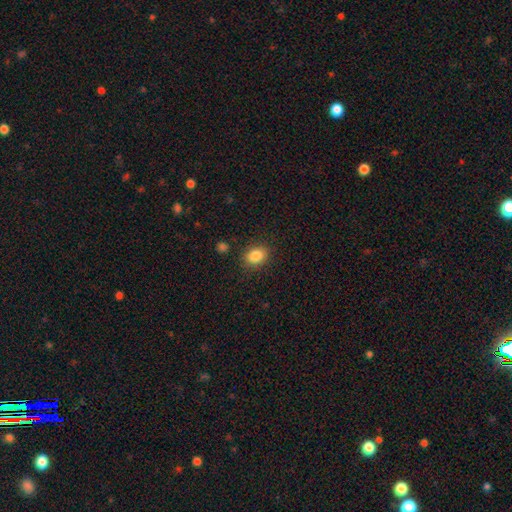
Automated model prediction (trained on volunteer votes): smooth-or-featured: smooth: 85% | star or artifact: 9% | featured or disk: 5%
  how-rounded: in between: 62% | round: 37% | cigar-shaped: 1%
  merging: none: 86% | minor disturbance: 9% | major disturbance: 3% | merger: 2%